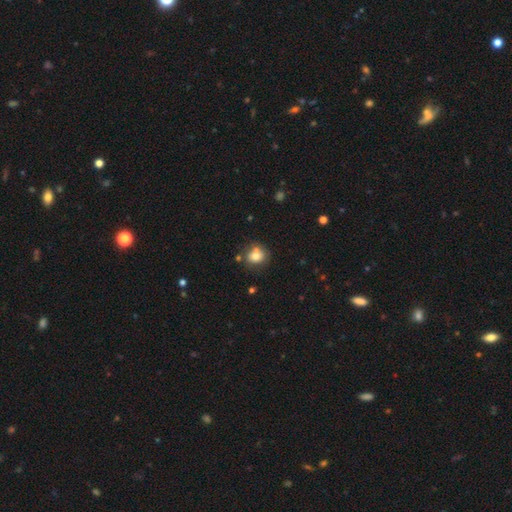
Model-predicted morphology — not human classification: Smooth or featured? Predicted: smooth (p=0.74). How rounded? Predicted: round (p=0.74). Merging? Predicted: none (p=0.60).